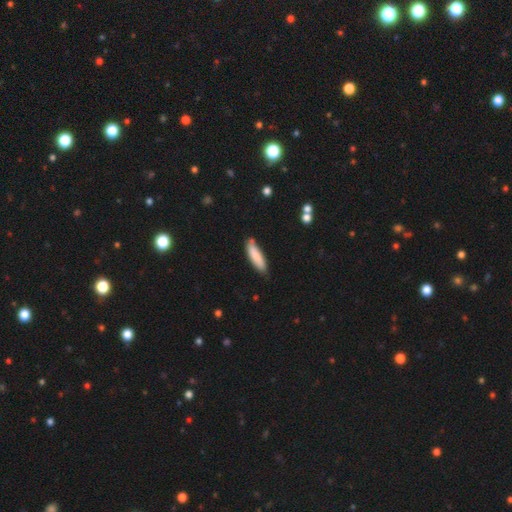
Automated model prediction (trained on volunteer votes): Smooth or featured: smooth — 82% (featured or disk — 12%)
How rounded: cigar-shaped — 67% (in between — 32%)
Merging: none — 74% (minor disturbance — 20%)